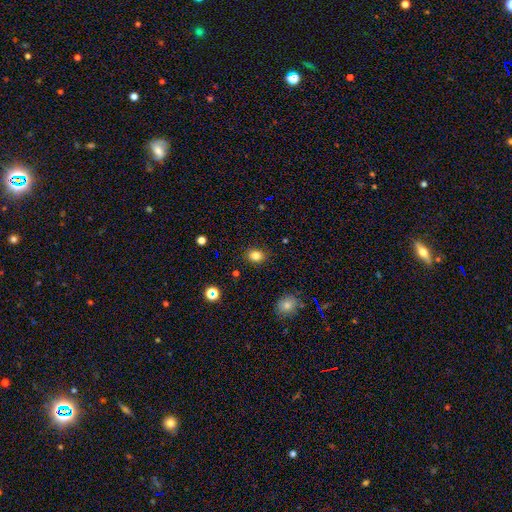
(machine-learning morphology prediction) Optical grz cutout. It shows a smooth galaxy with no disk features (82%) that is in between round and cigar-shaped (57%). Merging: none (87%).